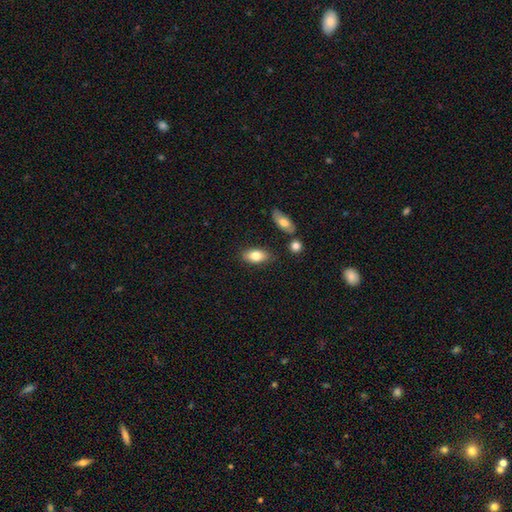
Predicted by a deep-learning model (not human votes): Smooth or featured? Predicted: smooth (p=0.80). How rounded? Predicted: in between (p=0.90). Merging? Predicted: none (p=0.81).